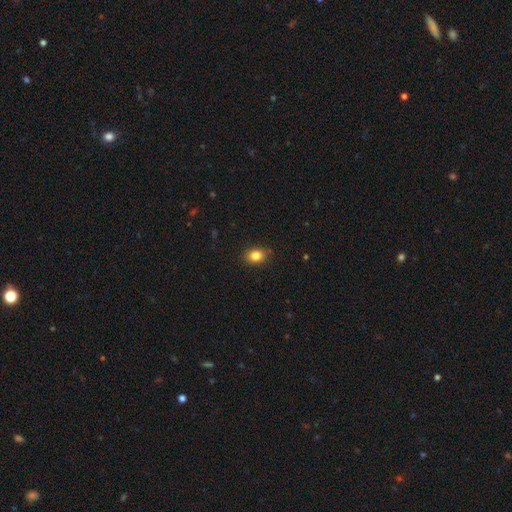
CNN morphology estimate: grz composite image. It shows a smooth galaxy with no disk features (84%) that is in between round and cigar-shaped (61%). Merging: none (85%).